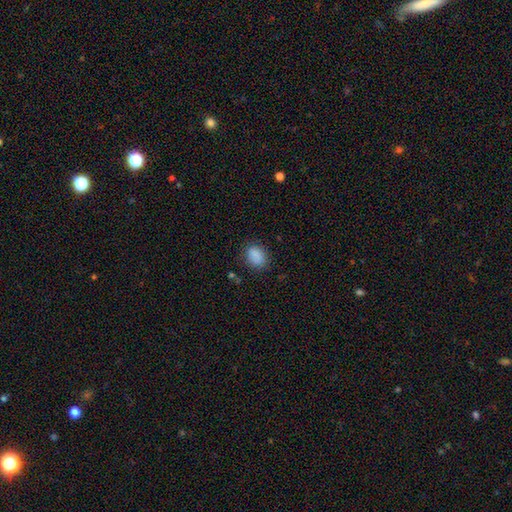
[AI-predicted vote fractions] The model was most divided on "how rounded": in between: 70%, round: 29%, cigar-shaped: 1%. More confident: smooth or featured — smooth (87%); merging — none (80%).